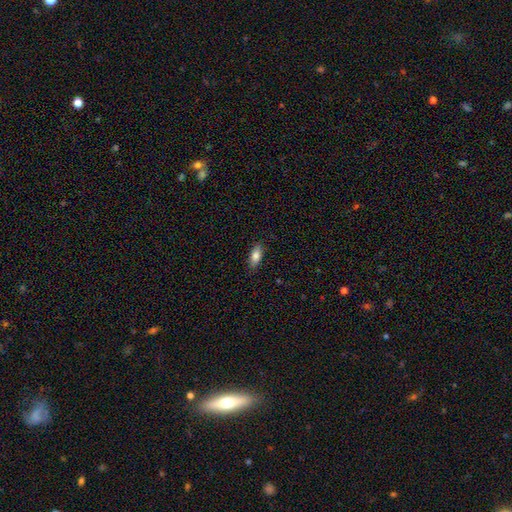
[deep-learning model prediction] Smooth or featured? smooth (81%)
How rounded? in between (79%)
Merging? none (85%)